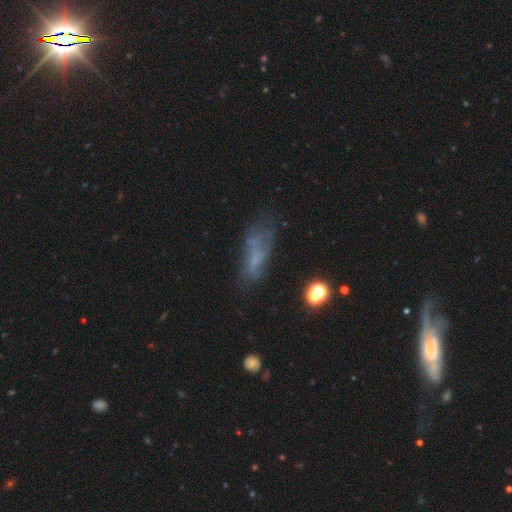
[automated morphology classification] smooth-or-featured: smooth: 47% | featured or disk: 36% | star or artifact: 17%
  merging: none: 47% | minor disturbance: 25% | major disturbance: 21% | merger: 6%